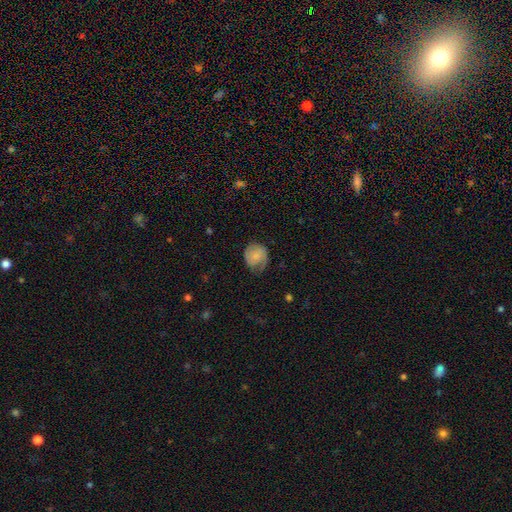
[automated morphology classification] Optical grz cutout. It shows a smooth galaxy with no disk features (63%) that is round (73%). Merging: none (50%).